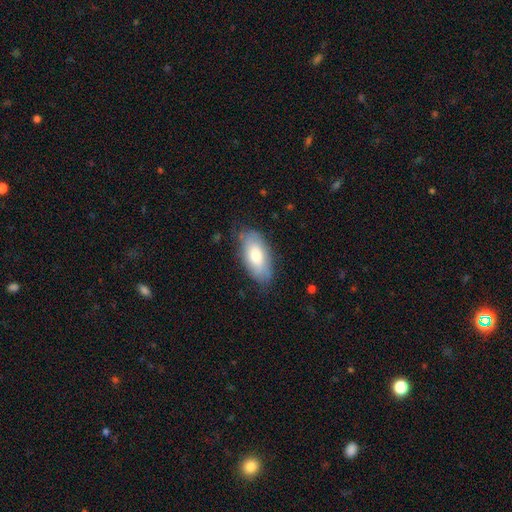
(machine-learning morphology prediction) Smooth or featured? smooth (77%)
How rounded? in between (91%)
Merging? none (74%)